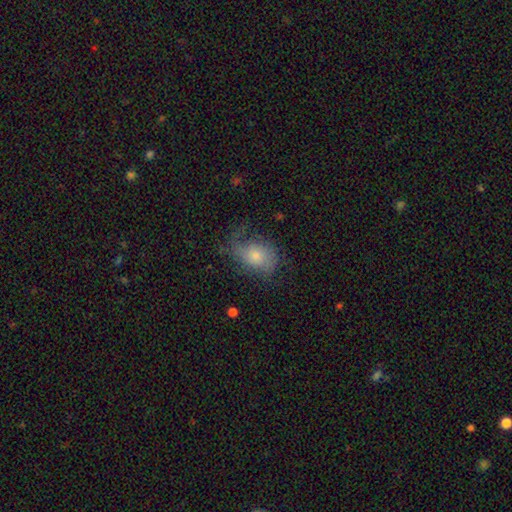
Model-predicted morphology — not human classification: The model was most divided on "smooth or featured": smooth: 52%, featured or disk: 38%, star or artifact: 10%. Remaining: how rounded — in between (69%); merging — none (45%).